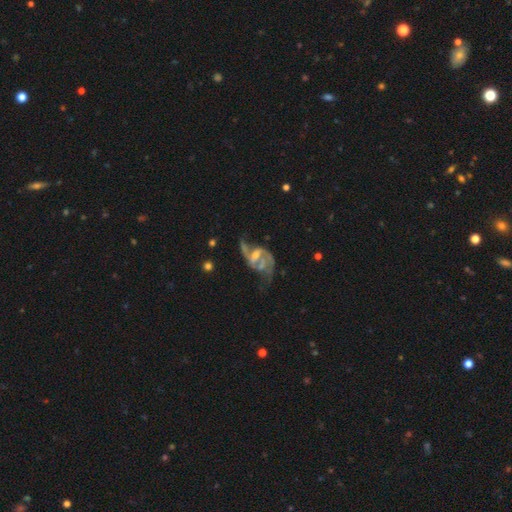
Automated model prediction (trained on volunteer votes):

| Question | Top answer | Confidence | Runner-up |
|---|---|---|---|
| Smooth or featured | featured or disk | 85% | star or artifact (8%) |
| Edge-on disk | no | 97% | yes (3%) |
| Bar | weak | 49% | strong (27%) |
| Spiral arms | yes | 92% | no (8%) |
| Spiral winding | loose | 49% | medium (38%) |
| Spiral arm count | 2 | 81% | can't tell (6%) |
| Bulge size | small | 46% | moderate (33%) |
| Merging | none | 43% | major disturbance (30%) |